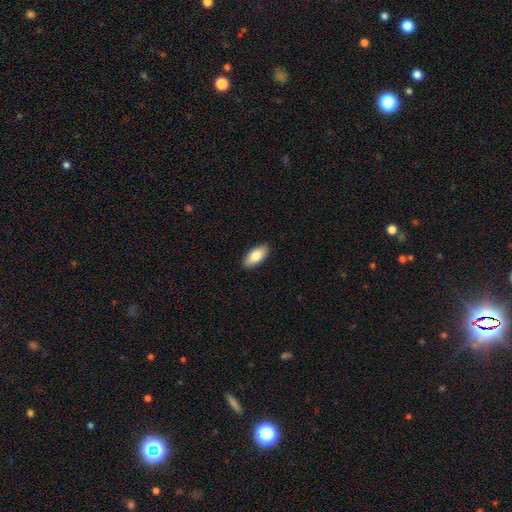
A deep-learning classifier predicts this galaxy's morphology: This appears to be a smooth galaxy with no disk features (82%) that is in between round and cigar-shaped (91%). Merging: none (90%).